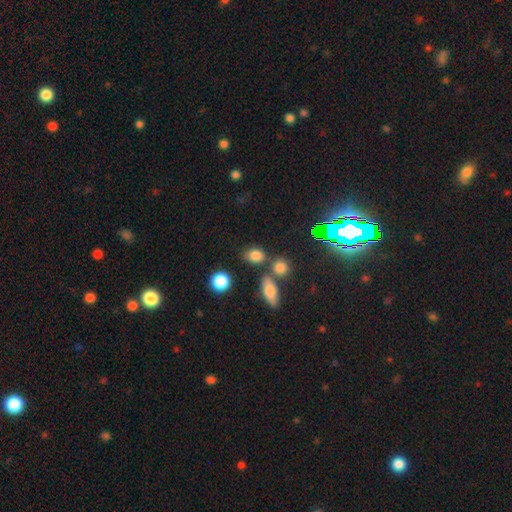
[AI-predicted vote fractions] Smooth or featured: smooth — 79% (star or artifact — 14%)
How rounded: in between — 62% (round — 35%)
Merging: none — 69% (merger — 14%)